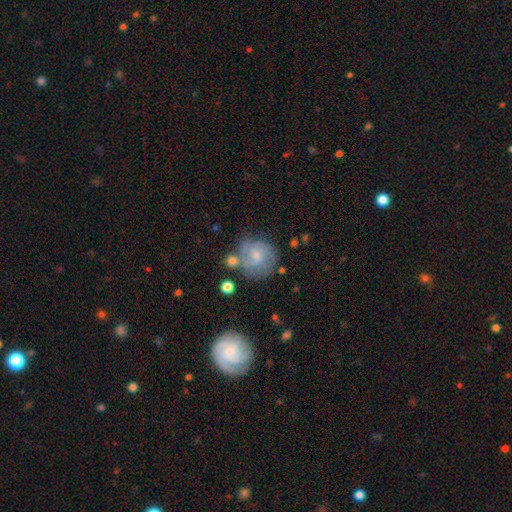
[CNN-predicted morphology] Smooth or featured: featured or disk — 58% (smooth — 34%)
Edge-on disk: no — 98% (yes — 2%)
Bar: no — 62% (weak — 33%)
Spiral arms: yes — 80% (no — 20%)
Bulge size: moderate — 43% (small — 40%)
Merging: none — 55% (minor disturbance — 22%)